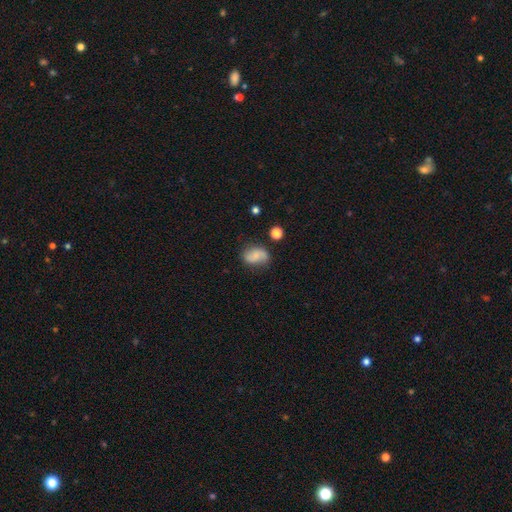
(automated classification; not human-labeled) The model was most divided on "smooth or featured": smooth: 56%, featured or disk: 34%, star or artifact: 10%. More confident: how rounded — in between (75%); merging — none (63%).